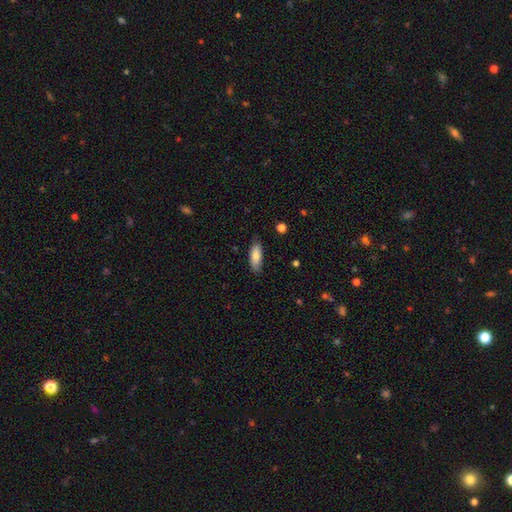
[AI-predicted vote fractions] This appears to be a smooth galaxy with no disk features (81%) that is in between round and cigar-shaped (74%). Merging: none (82%).